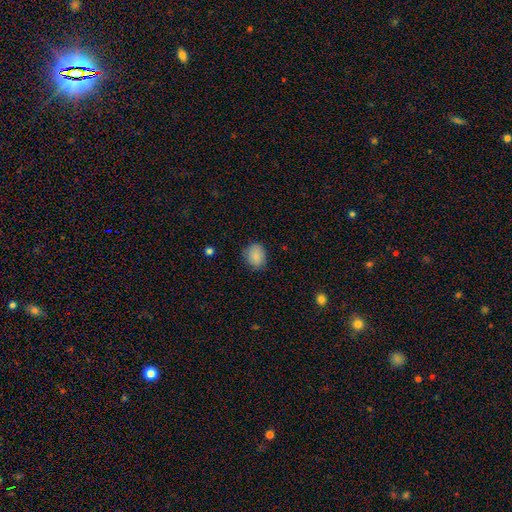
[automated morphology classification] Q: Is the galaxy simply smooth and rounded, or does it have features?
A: smooth — 87%.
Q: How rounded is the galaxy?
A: round — 51%.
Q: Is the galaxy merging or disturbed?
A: none — 77%.